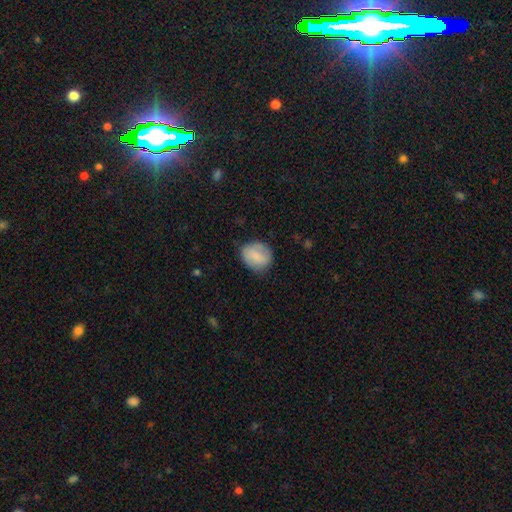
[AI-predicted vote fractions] Morphology: type=smooth (78%); roundness=round (60%); merging=none (72%).